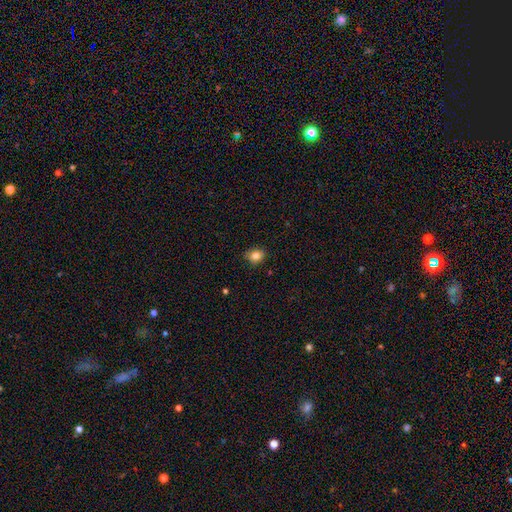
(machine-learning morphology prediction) This appears to be a smooth galaxy with no disk features (83%) that is round (59%). Merging: none (84%).